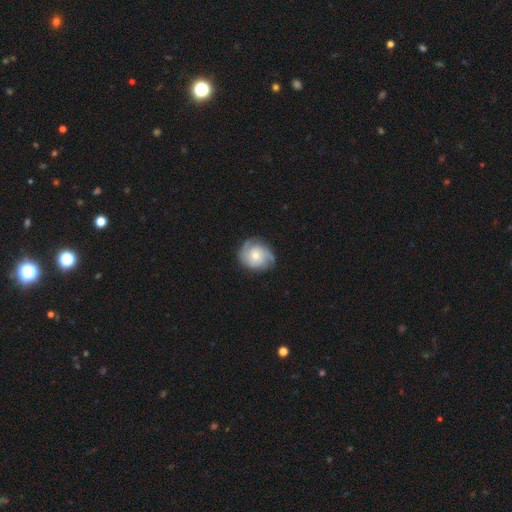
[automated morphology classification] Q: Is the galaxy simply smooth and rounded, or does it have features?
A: featured or disk — 70%.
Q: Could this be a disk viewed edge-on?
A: no — 98%.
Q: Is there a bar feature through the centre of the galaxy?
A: no — 76%.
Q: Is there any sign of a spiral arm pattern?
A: yes — 93%.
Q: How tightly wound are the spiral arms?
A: tight — 50%.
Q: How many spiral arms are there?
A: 2 — 42%.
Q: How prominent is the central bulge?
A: moderate — 50%.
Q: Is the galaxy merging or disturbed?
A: none — 74%.